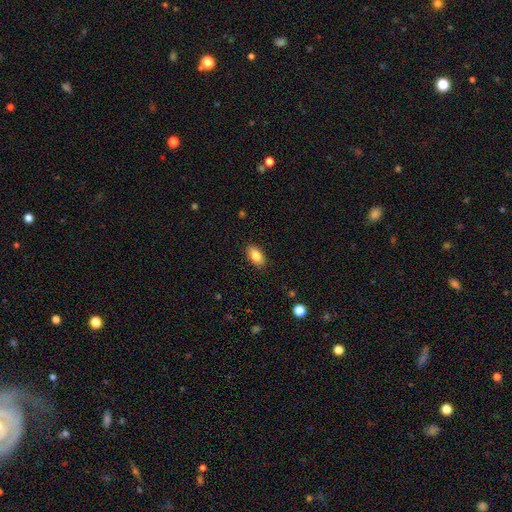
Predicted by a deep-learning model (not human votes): Q: Smooth or featured?
A: smooth (84%); runner-up: featured or disk (9%)
Q: How rounded?
A: in between (92%); runner-up: cigar-shaped (5%)
Q: Merging?
A: none (89%); runner-up: minor disturbance (8%)